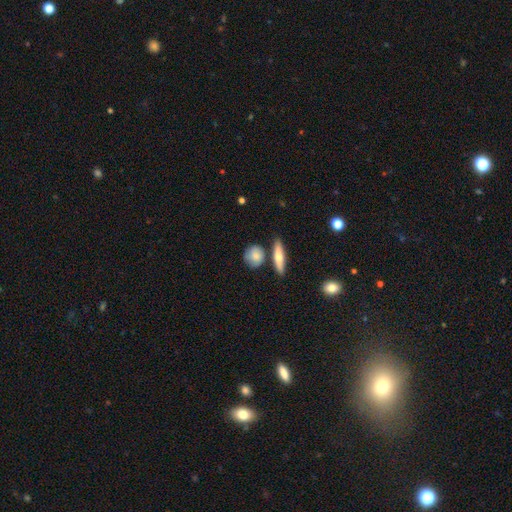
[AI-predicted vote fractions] A smooth galaxy with no disk features (74%) that is round (64%). Merging: none (70%).